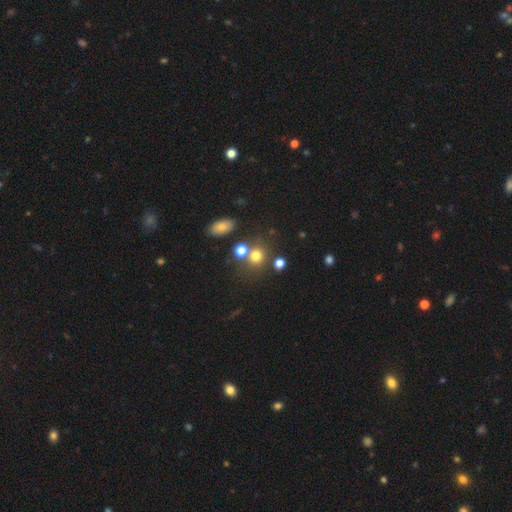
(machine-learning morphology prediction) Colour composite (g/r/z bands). It shows a smooth galaxy with no disk features (73%) that is round (79%). Merging: none (63%).